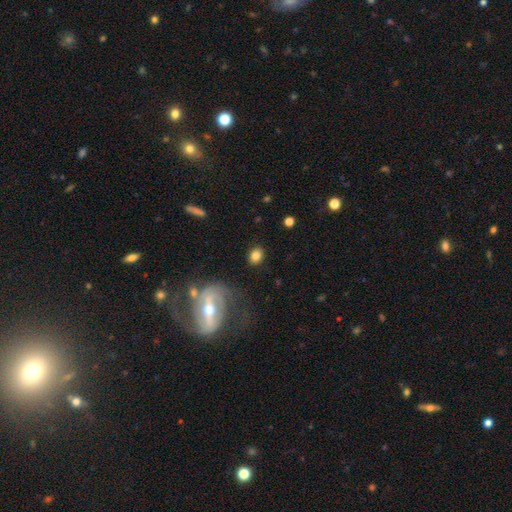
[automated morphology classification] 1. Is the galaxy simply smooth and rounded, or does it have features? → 76% smooth, 15% featured or disk, 9% star or artifact.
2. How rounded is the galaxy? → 64% in between, 34% round, 1% cigar-shaped.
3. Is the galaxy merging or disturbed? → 83% none, 10% minor disturbance, 4% major disturbance, 2% merger.